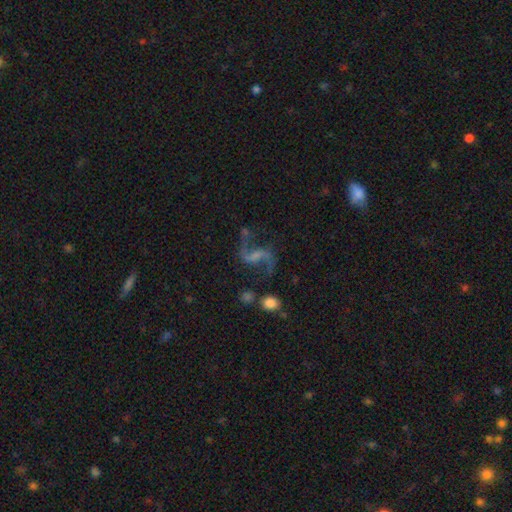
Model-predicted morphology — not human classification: This appears to be a featured or disk galaxy (87%) with a weak bar (45%), 2 (94%) loose (76%) spiral arms (97%) and a small central bulge (38%). Merging: none (69%).